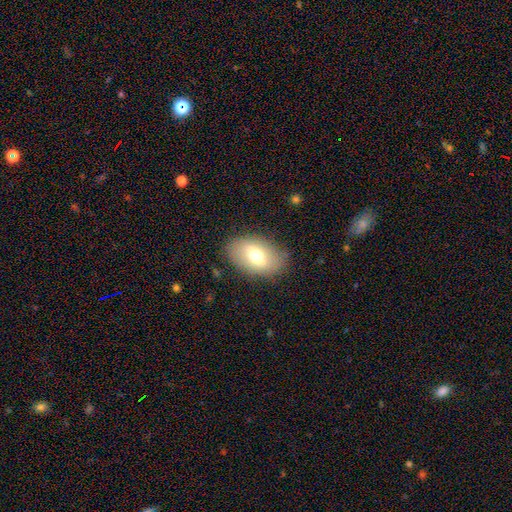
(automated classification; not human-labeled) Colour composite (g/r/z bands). It shows a smooth galaxy with no disk features (61%) that is in between round and cigar-shaped (87%). Merging: none (83%).